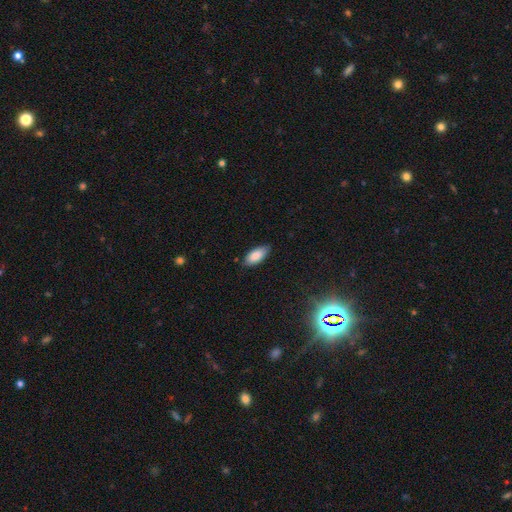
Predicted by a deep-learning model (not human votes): The model was most divided on "merging": none: 82%, minor disturbance: 15%, major disturbance: 2%, merger: 1%. More confident: how rounded — in between (90%); smooth or featured — smooth (86%).